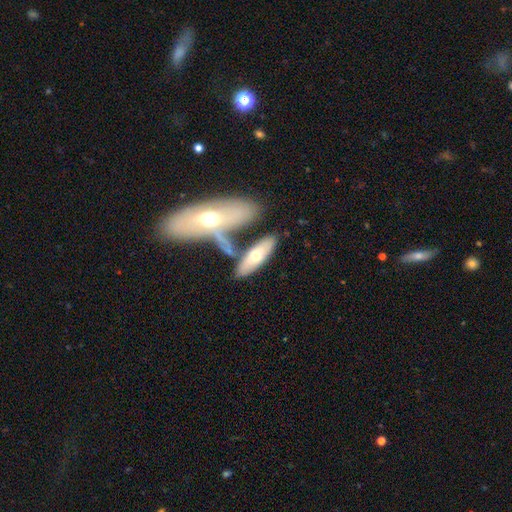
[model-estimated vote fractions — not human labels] Overall: smooth (55%; featured or disk 39%). How rounded: in between (61%; cigar-shaped 37%). Merging: none (57%; merger 25%).